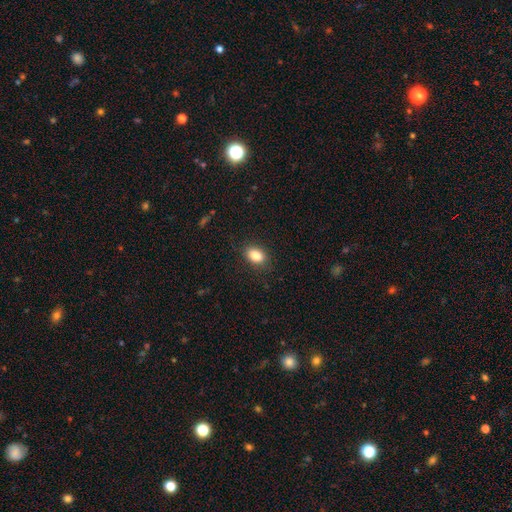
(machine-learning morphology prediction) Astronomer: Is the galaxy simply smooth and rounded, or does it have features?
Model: smooth — 85%.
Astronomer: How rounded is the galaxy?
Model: in between — 80%.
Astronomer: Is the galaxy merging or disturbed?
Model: none — 86%.